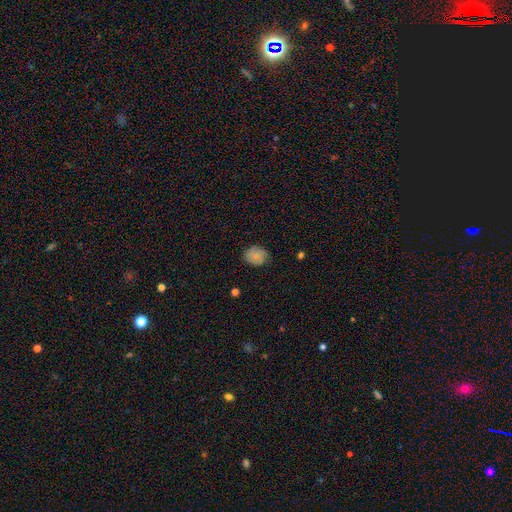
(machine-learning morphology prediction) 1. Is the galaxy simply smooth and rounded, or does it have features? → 76% smooth, 15% featured or disk, 9% star or artifact.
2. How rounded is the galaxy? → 62% round, 37% in between, 1% cigar-shaped.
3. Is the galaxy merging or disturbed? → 72% none, 22% minor disturbance, 5% major disturbance, 1% merger.